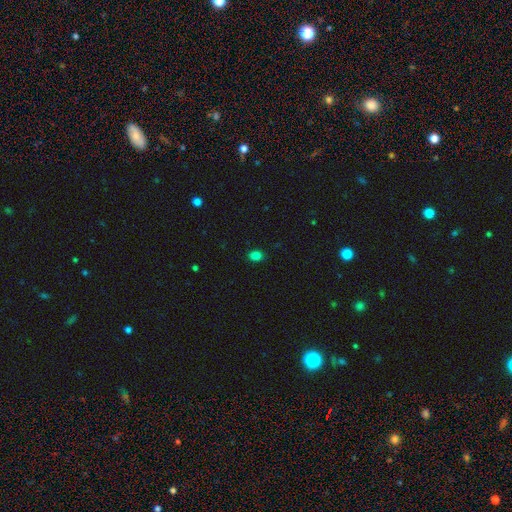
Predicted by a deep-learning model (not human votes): Smooth or featured? Predicted: smooth (p=0.82). How rounded? Predicted: in between (p=0.65). Merging? Predicted: none (p=0.89).